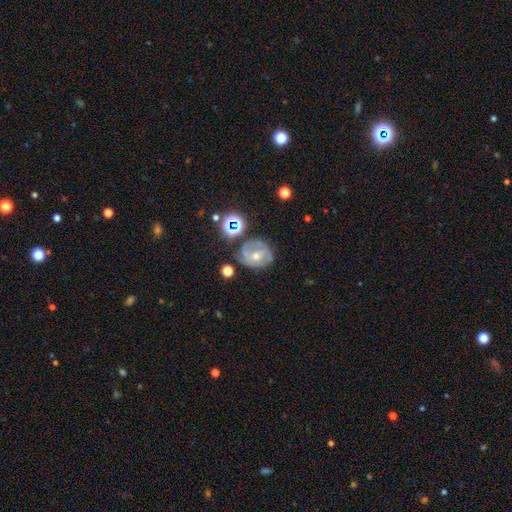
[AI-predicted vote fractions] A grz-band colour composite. It shows a featured or disk galaxy (60%) with no bar (63%), spiral arms (76%) and a moderate central bulge (58%). Merging: none (57%).